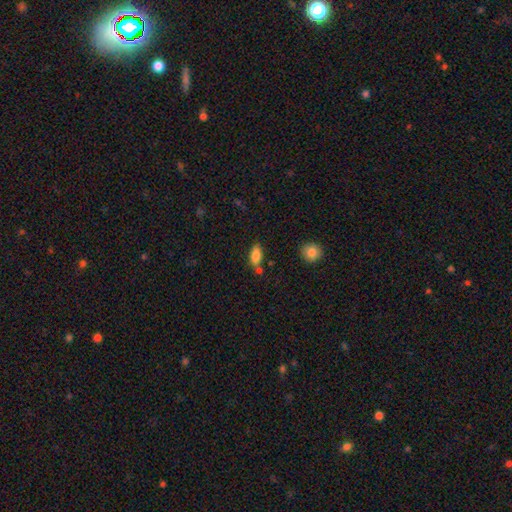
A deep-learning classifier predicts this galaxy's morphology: type=smooth (84%); roundness=in between (86%); merging=none (67%).